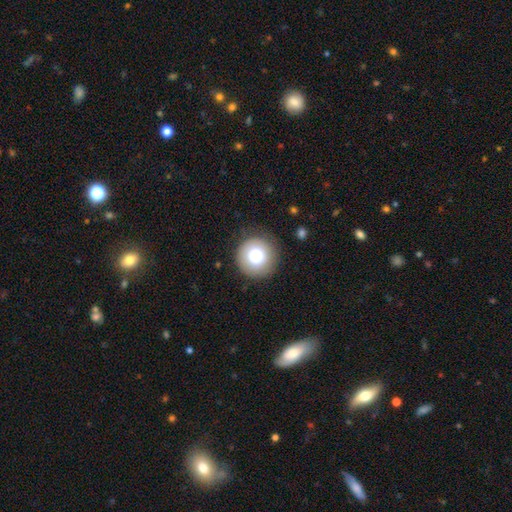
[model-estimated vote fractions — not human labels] Overall: smooth (78%). How rounded: round (96%). Merging: none (86%).